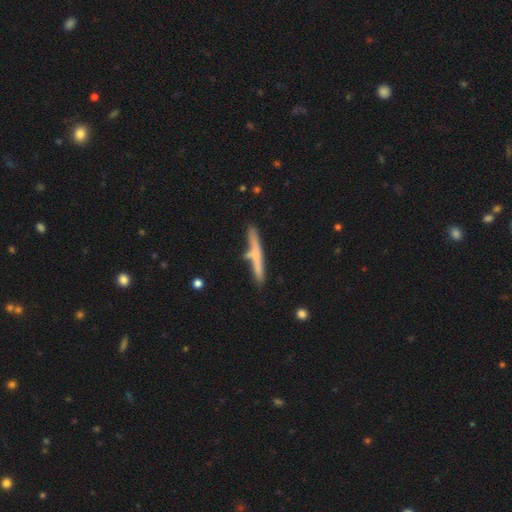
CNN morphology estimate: Smooth or featured? smooth (52%)
How rounded? cigar-shaped (94%)
Merging? none (69%)